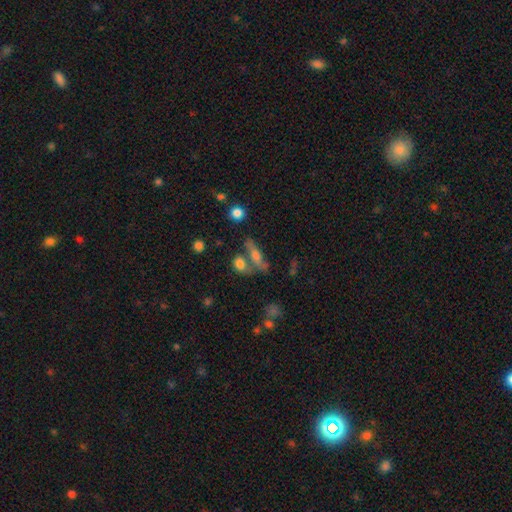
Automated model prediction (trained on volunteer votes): Smooth or featured? smooth (48%)
Merging? none (51%)